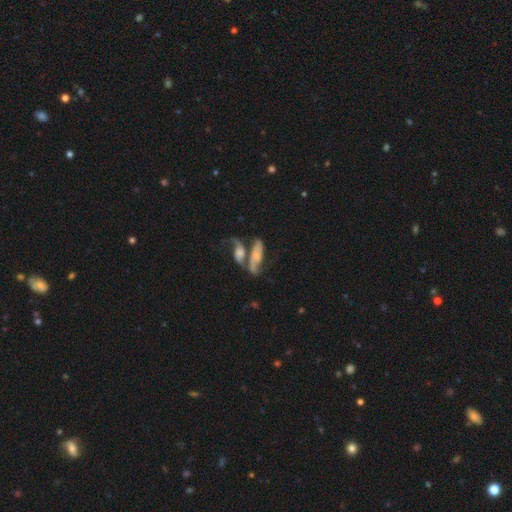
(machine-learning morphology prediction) The model was most divided on "bulge size": small: 37%, moderate: 26%, none: 26%, large: 9%, dominant: 3%. More confident: edge-on disk — no (89%); spiral arms — yes (87%); spiral arm count — 2 (75%); smooth or featured — featured or disk (66%); bar — no (61%); merging — merger (60%); spiral winding — loose (56%).